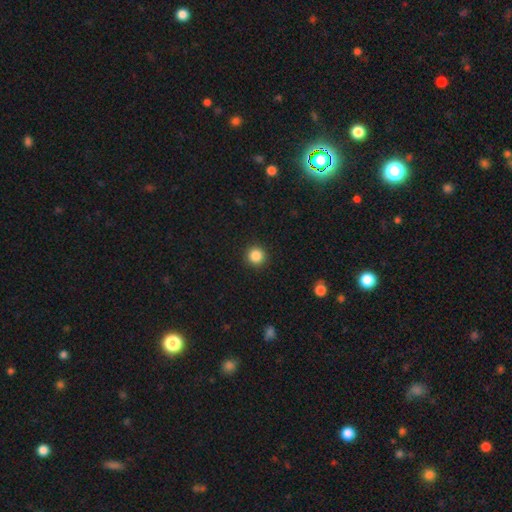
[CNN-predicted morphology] Smooth or featured? Predicted: smooth (p=0.86). How rounded? Predicted: round (p=0.95). Merging? Predicted: none (p=0.92).